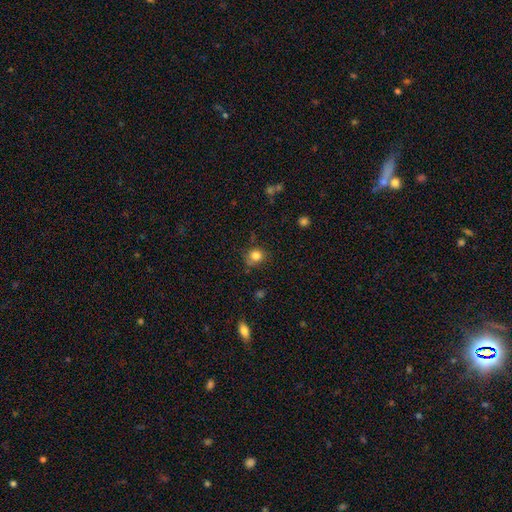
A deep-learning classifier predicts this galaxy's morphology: Smooth or featured: smooth — 82% (star or artifact — 12%)
How rounded: round — 76% (in between — 23%)
Merging: none — 72% (minor disturbance — 19%)